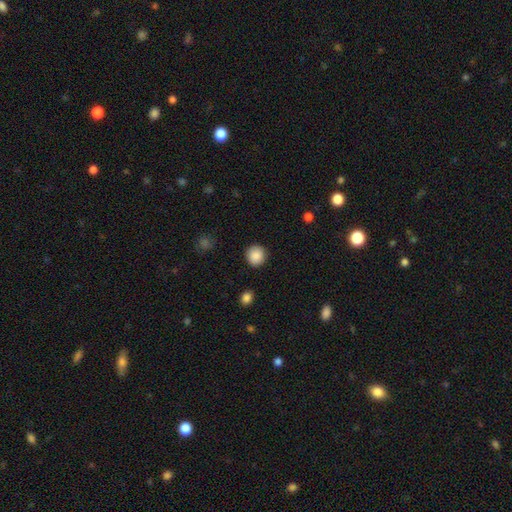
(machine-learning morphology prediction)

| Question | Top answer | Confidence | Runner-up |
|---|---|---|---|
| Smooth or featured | smooth | 89% | star or artifact (8%) |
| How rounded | round | 90% | in between (9%) |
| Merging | none | 90% | minor disturbance (7%) |